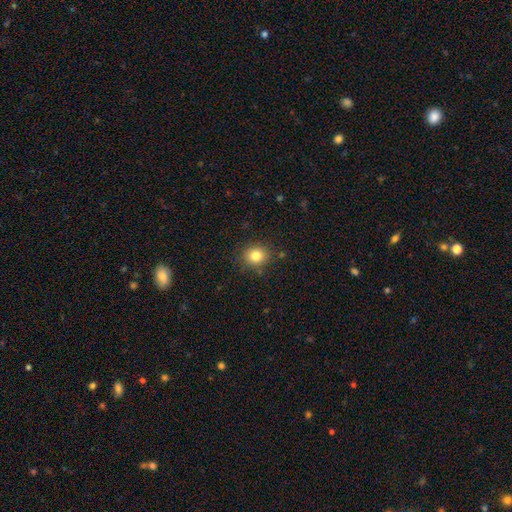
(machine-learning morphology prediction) Smooth or featured? Predicted: smooth (p=0.81). How rounded? Predicted: round (p=0.77). Merging? Predicted: none (p=0.86).